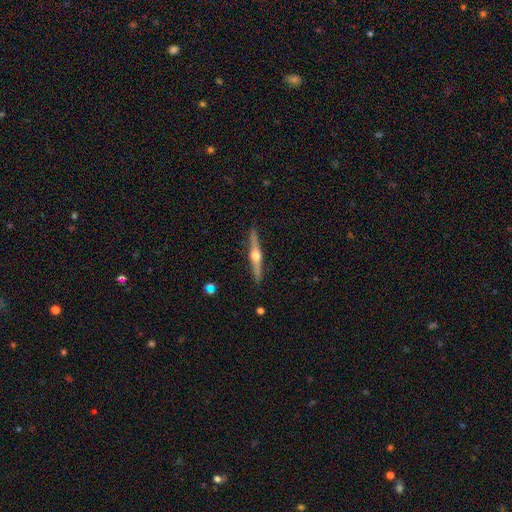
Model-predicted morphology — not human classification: Smooth or featured: featured or disk — 79% (smooth — 16%)
Edge-on disk: yes — 98% (no — 2%)
Edge-on bulge: rounded — 96% (boxy — 2%)
Merging: none — 91% (minor disturbance — 7%)